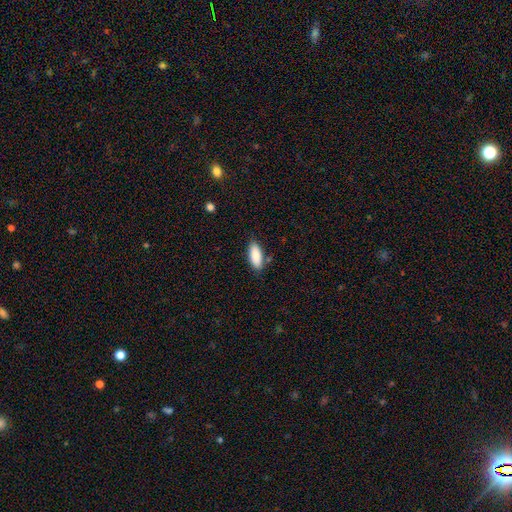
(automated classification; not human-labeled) A smooth galaxy with no disk features (89%) that is in between round and cigar-shaped (82%). Merging: none (81%).